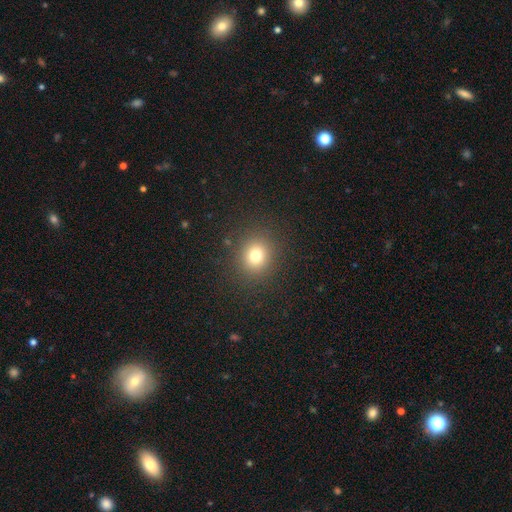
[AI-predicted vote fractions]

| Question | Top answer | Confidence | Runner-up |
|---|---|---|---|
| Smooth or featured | smooth | 76% | star or artifact (16%) |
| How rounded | round | 83% | in between (16%) |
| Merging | none | 88% | minor disturbance (7%) |